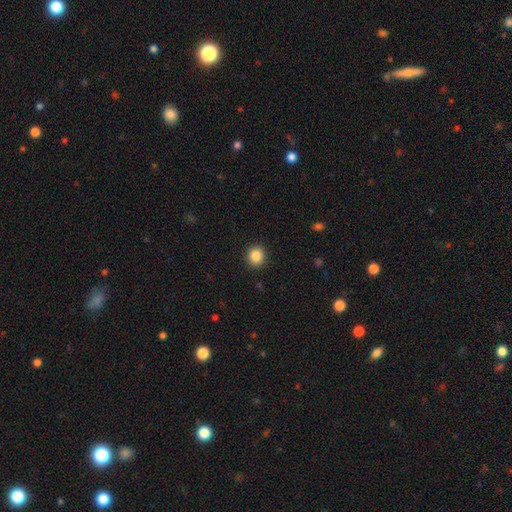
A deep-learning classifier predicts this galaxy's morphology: Smooth or featured: smooth — 87% (star or artifact — 10%)
How rounded: round — 85% (in between — 14%)
Merging: none — 91% (minor disturbance — 6%)